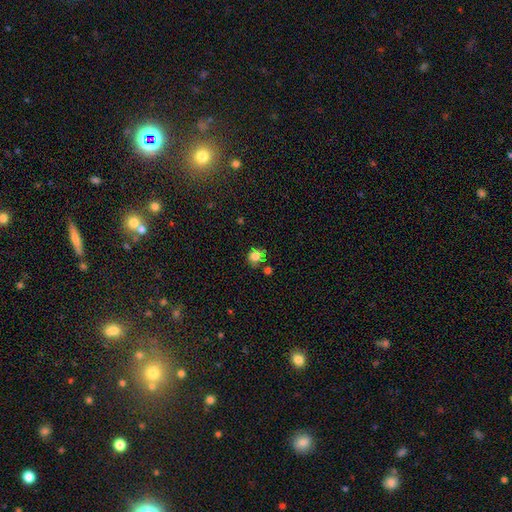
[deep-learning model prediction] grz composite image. It shows a smooth galaxy with no disk features (71%) that is round (72%). Merging: none (55%).